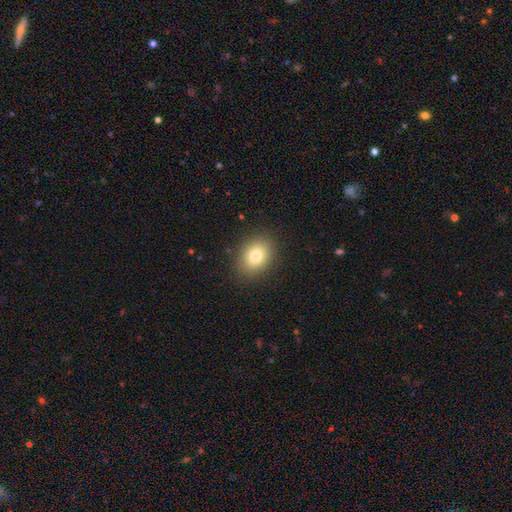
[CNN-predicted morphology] Q: Smooth or featured?
A: smooth (80%); runner-up: star or artifact (10%)
Q: How rounded?
A: in between (60%); runner-up: round (39%)
Q: Merging?
A: none (88%); runner-up: minor disturbance (9%)